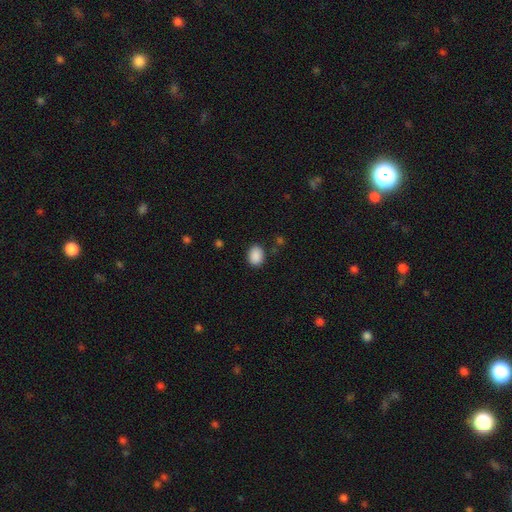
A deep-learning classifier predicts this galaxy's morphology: Smooth or featured? smooth (89%)
How rounded? in between (65%)
Merging? none (85%)